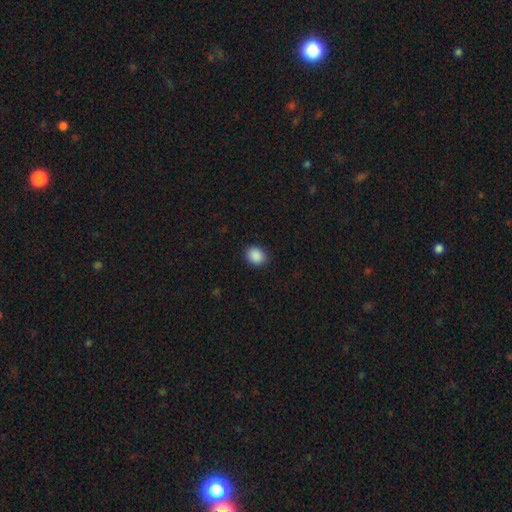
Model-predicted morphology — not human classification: A smooth galaxy with no disk features (90%) that is round (50%). Merging: none (89%).